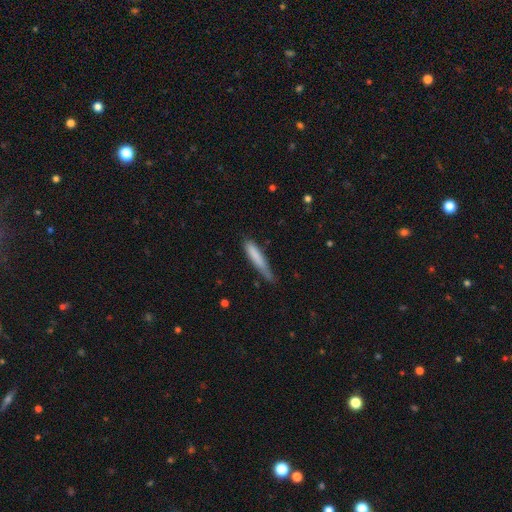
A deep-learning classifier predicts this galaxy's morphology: smooth_or_featured: smooth (p=0.78) [alt: featured or disk p=0.16]
how_rounded: cigar-shaped (p=0.90) [alt: in between p=0.08]
merging: none (p=0.57) [alt: minor disturbance p=0.33]